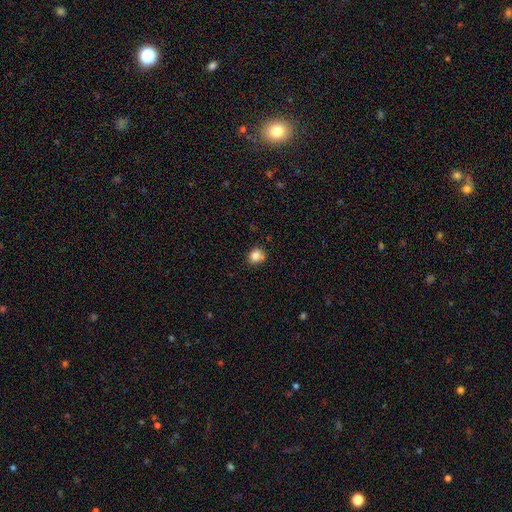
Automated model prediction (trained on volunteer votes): Overall: smooth (83%). How rounded: round (81%). Merging: none (78%).